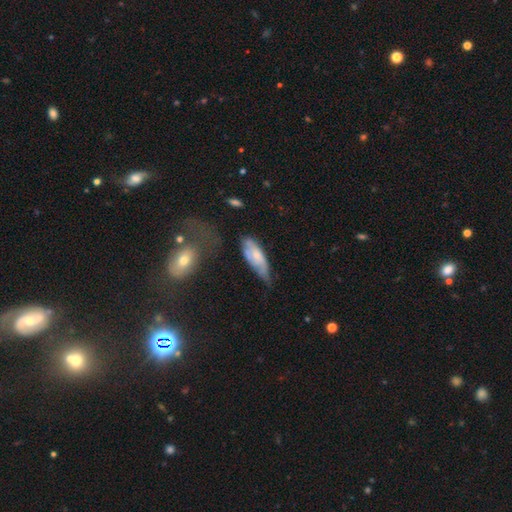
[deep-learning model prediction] A smooth galaxy with no disk features (47%, tied with featured or disk). Merging: minor disturbance (38%).